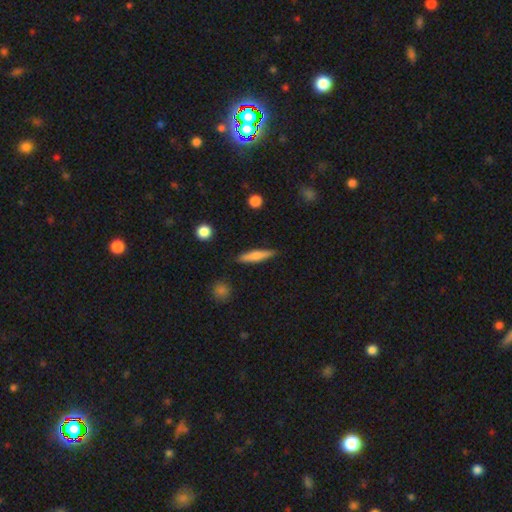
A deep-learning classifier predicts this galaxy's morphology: Smooth or featured?
  - smooth: 59% *
  - featured or disk: 35%
  - star or artifact: 6%
How rounded?
  - cigar-shaped: 84% *
  - in between: 13%
  - round: 3%
Merging?
  - none: 87% *
  - minor disturbance: 9%
  - major disturbance: 2%
  - merger: 2%